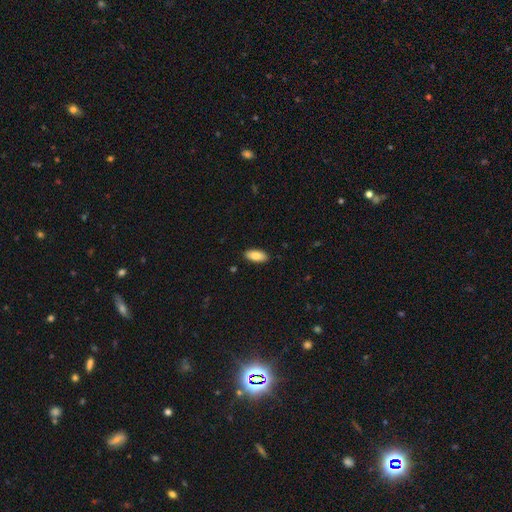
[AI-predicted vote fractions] smooth_or_featured: smooth (p=0.82) [alt: featured or disk p=0.11]
how_rounded: in between (p=0.88) [alt: cigar-shaped p=0.10]
merging: none (p=0.89) [alt: minor disturbance p=0.08]